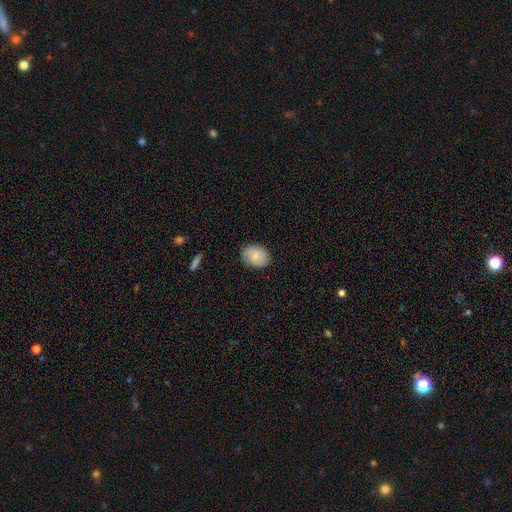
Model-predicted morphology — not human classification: Smooth or featured: smooth — 79% (featured or disk — 14%)
How rounded: in between — 64% (round — 35%)
Merging: none — 84% (minor disturbance — 13%)